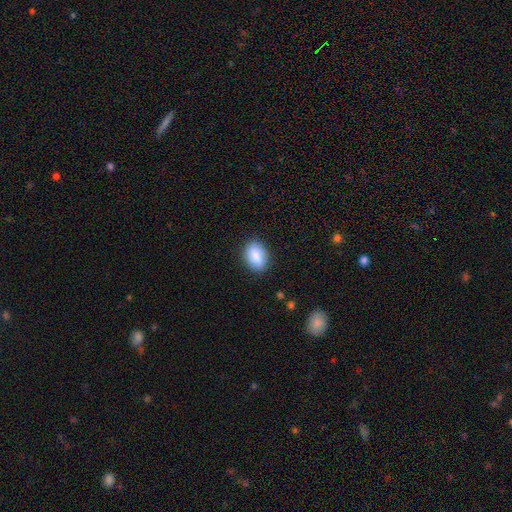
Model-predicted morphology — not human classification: Smooth or featured? Predicted: smooth (p=0.87). How rounded? Predicted: in between (p=0.83). Merging? Predicted: none (p=0.86).